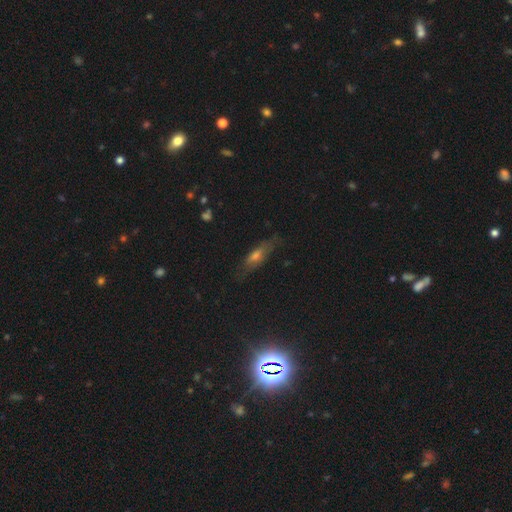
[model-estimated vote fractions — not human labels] smooth 43%, featured or disk 37%, star or artifact 20%. Down the decision tree: merging — none (71%).